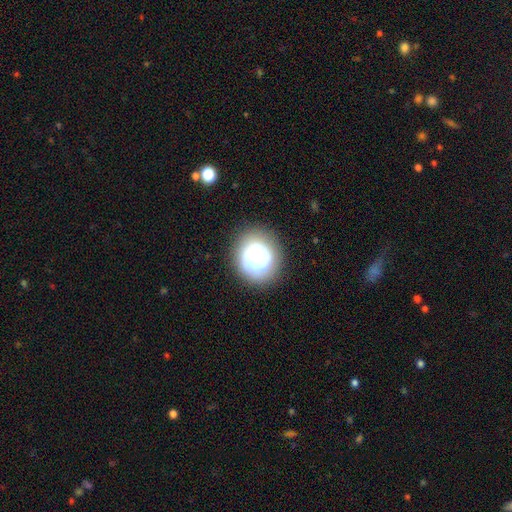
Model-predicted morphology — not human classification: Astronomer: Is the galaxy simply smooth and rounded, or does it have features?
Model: featured or disk — 56% (runner-up: smooth, 35%).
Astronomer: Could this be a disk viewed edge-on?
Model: no — 97%.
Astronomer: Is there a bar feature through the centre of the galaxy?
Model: no — 80%.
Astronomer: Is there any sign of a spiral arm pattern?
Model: yes — 62% (runner-up: no, 38%).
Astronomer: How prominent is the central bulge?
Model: moderate — 54%.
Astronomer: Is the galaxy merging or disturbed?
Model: none — 69%.